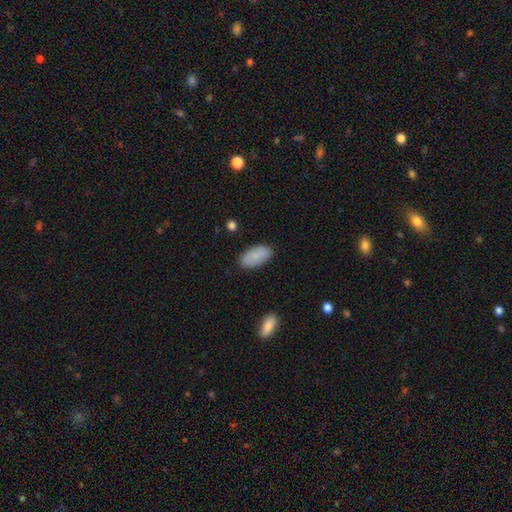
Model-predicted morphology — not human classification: This appears to be a smooth galaxy with no disk features (87%) that is in between round and cigar-shaped (93%). Merging: none (85%).